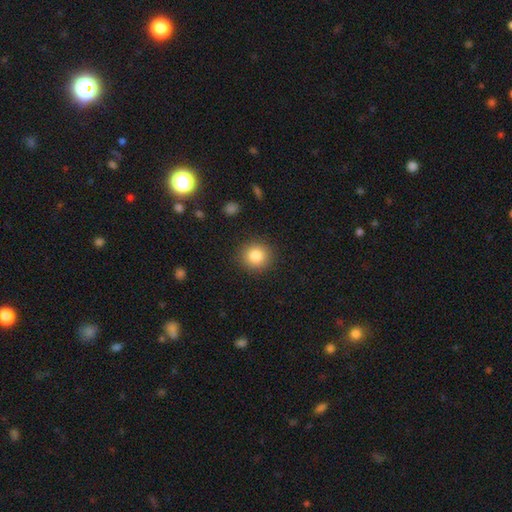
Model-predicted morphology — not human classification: Smooth or featured? Predicted: smooth (p=0.83). How rounded? Predicted: round (p=0.91). Merging? Predicted: none (p=0.90).